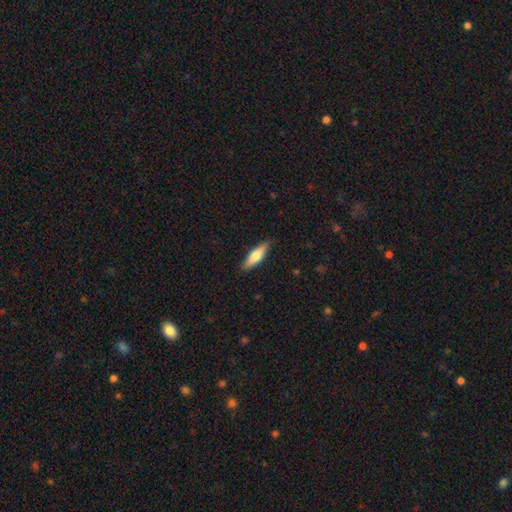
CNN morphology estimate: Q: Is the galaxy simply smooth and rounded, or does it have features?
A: smooth — 65%.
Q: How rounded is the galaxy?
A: cigar-shaped — 61%.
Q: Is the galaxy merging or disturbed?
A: none — 88%.